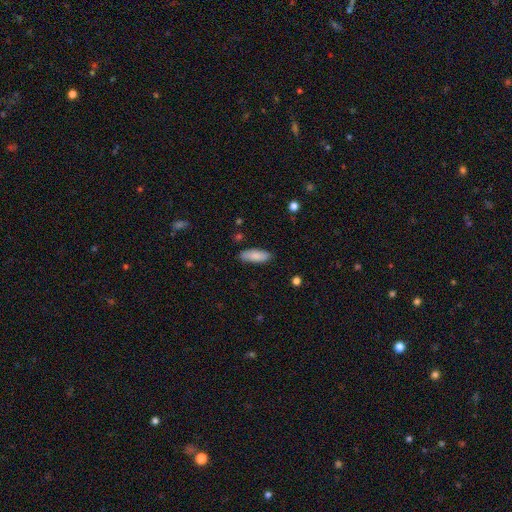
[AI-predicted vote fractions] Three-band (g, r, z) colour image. It shows a smooth galaxy with no disk features (85%) that is in between round and cigar-shaped (69%). Merging: none (87%).